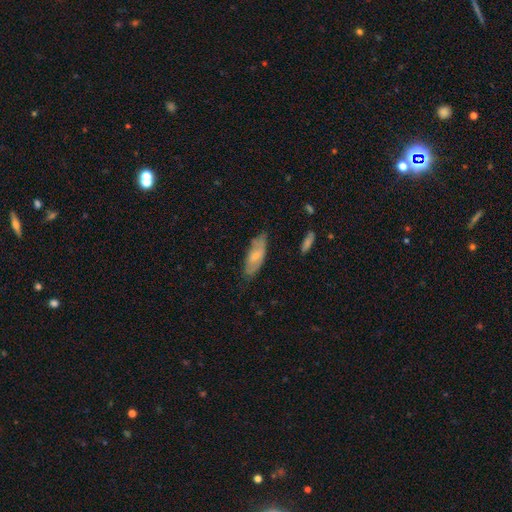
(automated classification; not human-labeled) A smooth galaxy with no disk features (60%) that is in between round and cigar-shaped (70%).

Vote fractions:
- Smooth or featured? smooth: 60% / featured or disk: 34% / star or artifact: 6%
- How rounded? in between: 70% / cigar-shaped: 28% / round: 2%
- Merging? none: 69% / minor disturbance: 24% / major disturbance: 5% / merger: 2%